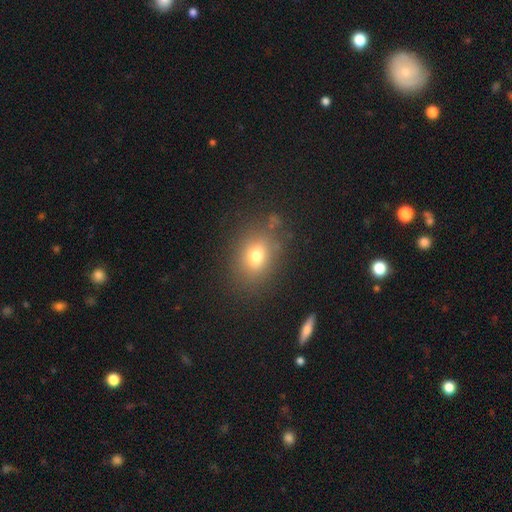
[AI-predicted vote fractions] smooth_or_featured: smooth (p=0.73) [alt: star or artifact p=0.14]
how_rounded: in between (p=0.57) [alt: round p=0.41]
merging: none (p=0.79) [alt: minor disturbance p=0.12]